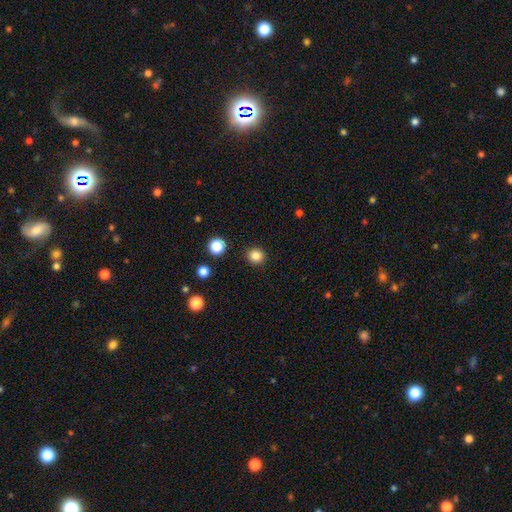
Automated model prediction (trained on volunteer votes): smooth 84%, star or artifact 12%, featured or disk 4%. Down the decision tree: how rounded — round (92%); merging — none (92%).